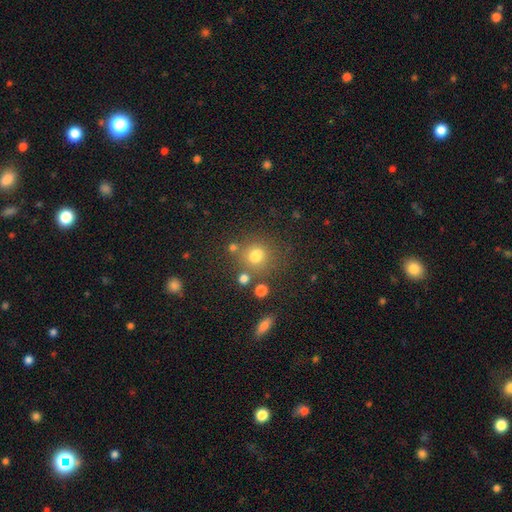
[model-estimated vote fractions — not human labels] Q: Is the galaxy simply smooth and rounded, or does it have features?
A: smooth — 74%.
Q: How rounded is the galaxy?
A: round — 82%.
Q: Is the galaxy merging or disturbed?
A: none — 70%.